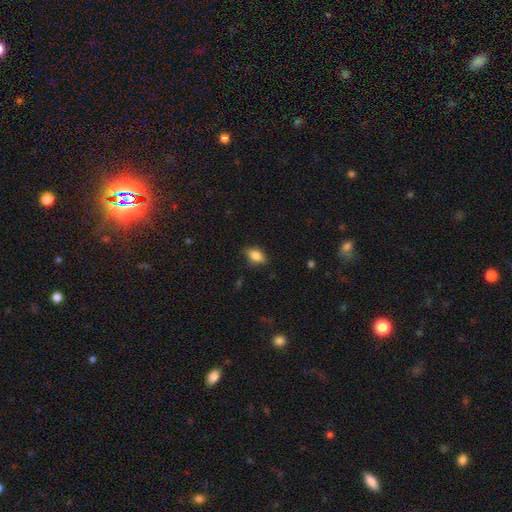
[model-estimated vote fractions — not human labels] smooth_or_featured: smooth (p=0.79) [alt: featured or disk p=0.12]
how_rounded: in between (p=0.85) [alt: round p=0.08]
merging: none (p=0.77) [alt: minor disturbance p=0.18]